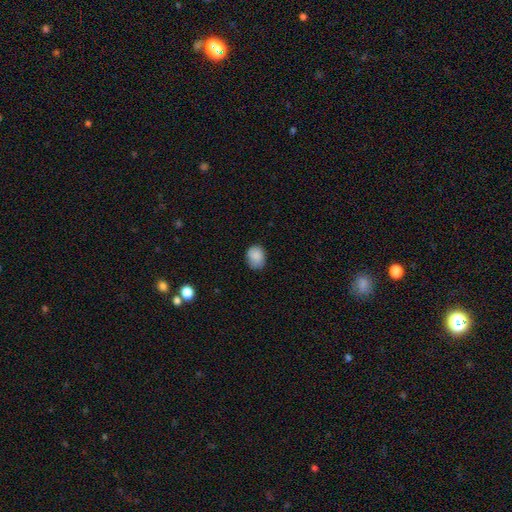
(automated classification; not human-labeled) smooth-or-featured: smooth: 87% | star or artifact: 8% | featured or disk: 6%
  how-rounded: in between: 50% | round: 49% | cigar-shaped: 1%
  merging: none: 75% | minor disturbance: 20% | major disturbance: 4% | merger: 1%